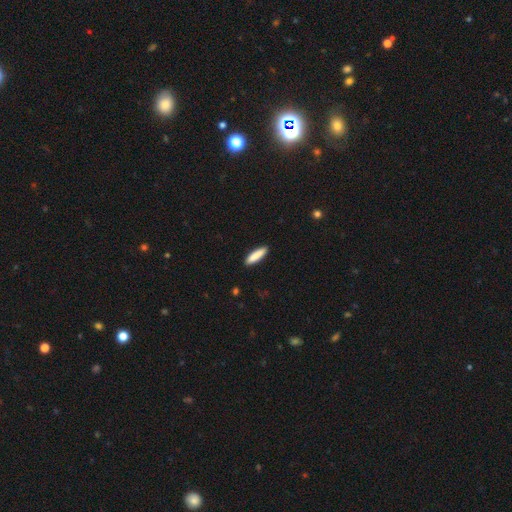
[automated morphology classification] type=smooth (87%); roundness=cigar-shaped (74%); merging=none (90%).